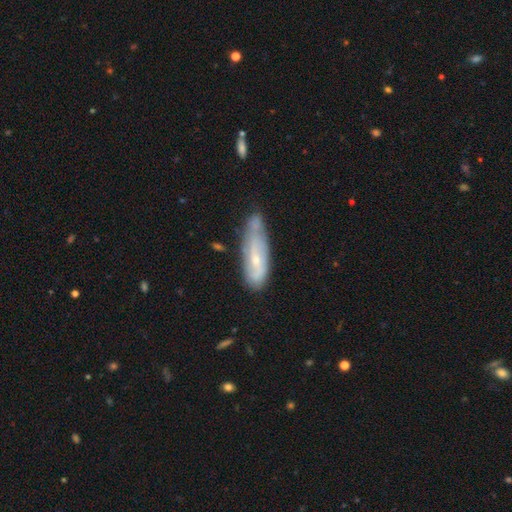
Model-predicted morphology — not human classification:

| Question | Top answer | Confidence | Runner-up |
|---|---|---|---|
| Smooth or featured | featured or disk | 54% | smooth (37%) |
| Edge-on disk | no | 75% | yes (25%) |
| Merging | none | 56% | minor disturbance (29%) |